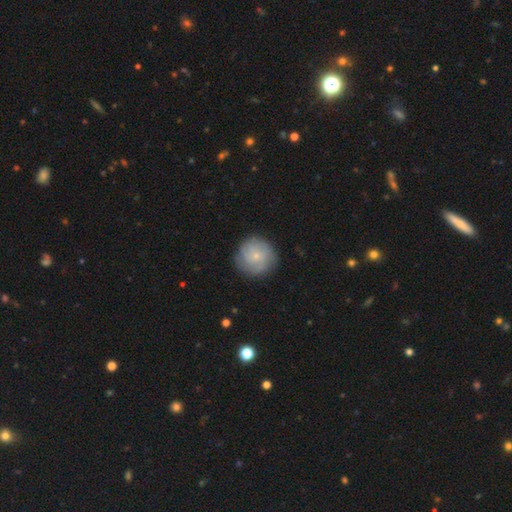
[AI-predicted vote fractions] Overall: smooth (55%; featured or disk 38%). How rounded: round (93%). Merging: none (84%).